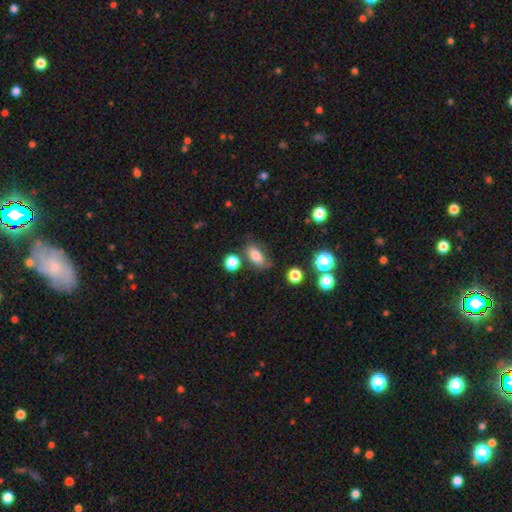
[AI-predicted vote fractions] A smooth galaxy with no disk features (76%) that is in between round and cigar-shaped (85%). Merging: none (62%).